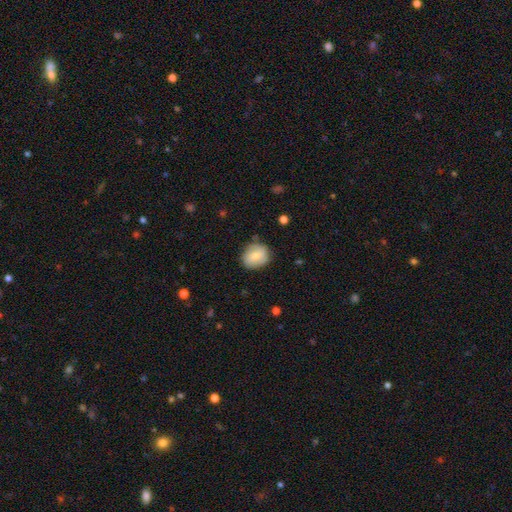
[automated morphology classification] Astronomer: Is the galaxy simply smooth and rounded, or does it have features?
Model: smooth — 72%.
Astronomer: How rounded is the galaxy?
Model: round — 65%.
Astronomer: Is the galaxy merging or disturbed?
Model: none — 75%.